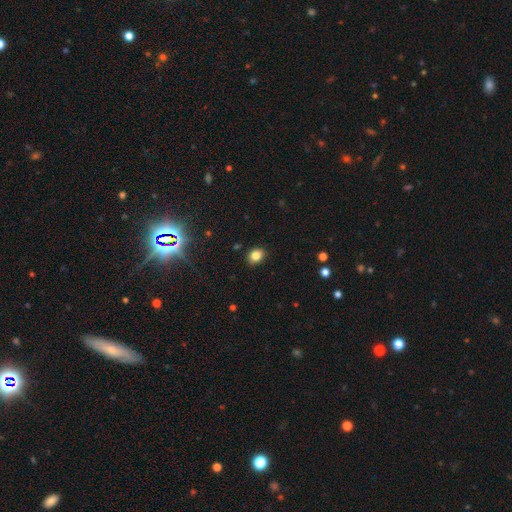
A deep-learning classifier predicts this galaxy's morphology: Smooth or featured?
  - smooth: 82% *
  - star or artifact: 11%
  - featured or disk: 6%
How rounded?
  - in between: 54% *
  - round: 45%
  - cigar-shaped: 1%
Merging?
  - none: 88% *
  - minor disturbance: 9%
  - major disturbance: 2%
  - merger: 1%